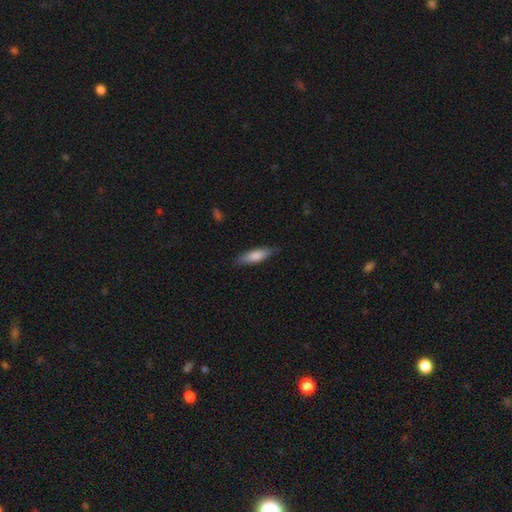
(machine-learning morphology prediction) Smooth or featured? Predicted: smooth (p=0.78). How rounded? Predicted: cigar-shaped (p=0.52). Merging? Predicted: none (p=0.82).